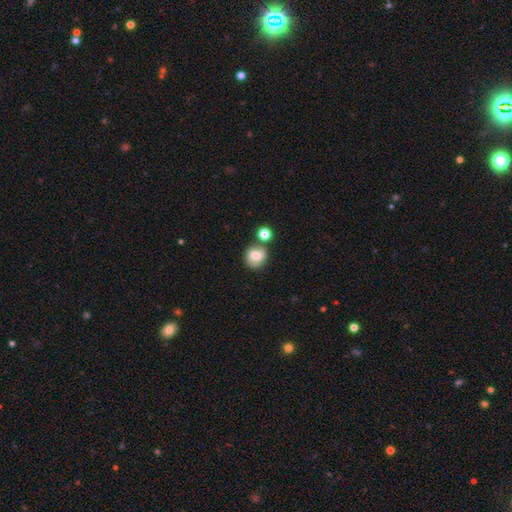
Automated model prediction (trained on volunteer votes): The model was most divided on "merging": none: 61%, merger: 19%, minor disturbance: 15%, major disturbance: 5%. More confident: how rounded — round (75%); smooth or featured — smooth (68%).